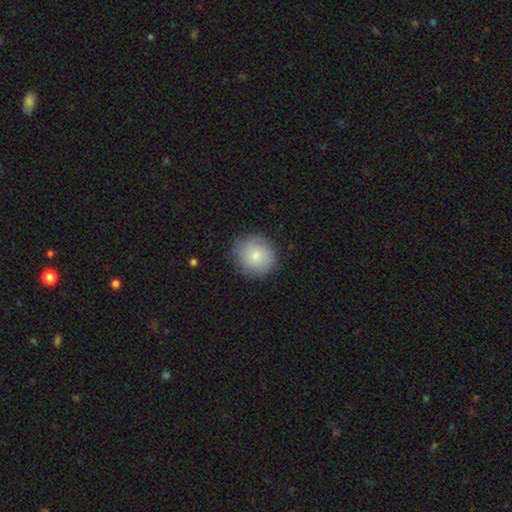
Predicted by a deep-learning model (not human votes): Overall: smooth (80%). How rounded: round (87%). Merging: none (85%).